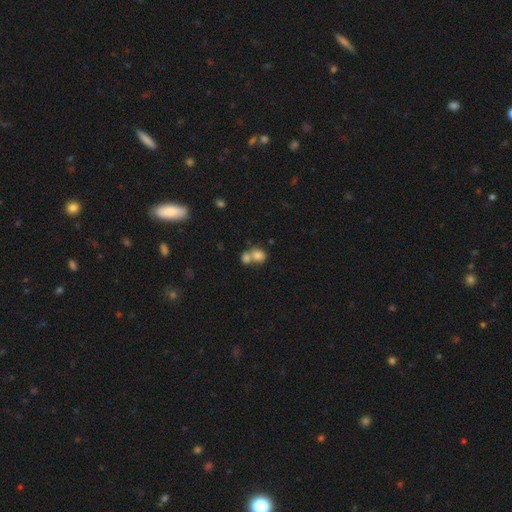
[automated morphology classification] Smooth or featured: smooth — 77% (featured or disk — 12%)
How rounded: round — 66% (in between — 32%)
Merging: merger — 60% (none — 29%)